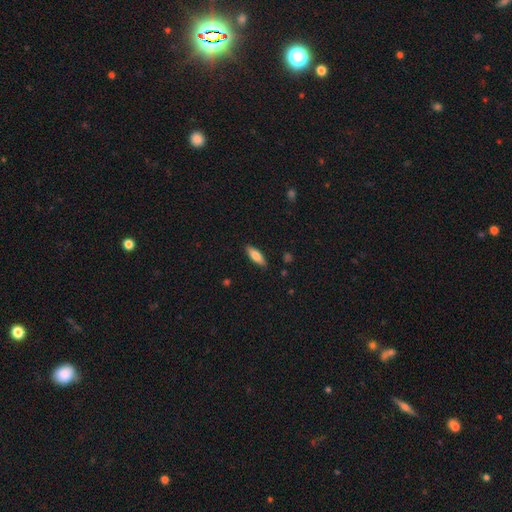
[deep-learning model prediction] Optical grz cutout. It shows a smooth galaxy with no disk features (74%) that is in between round and cigar-shaped (54%). Merging: none (88%).